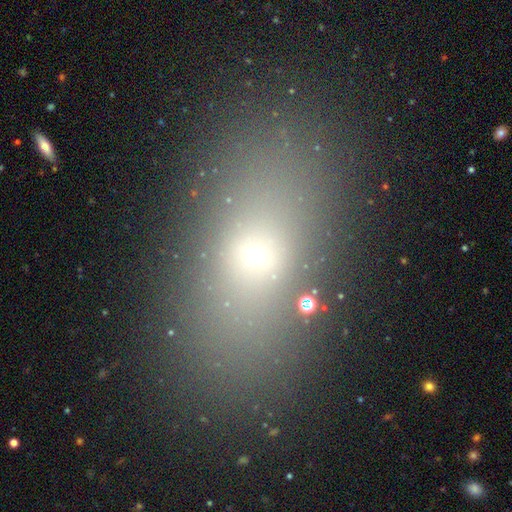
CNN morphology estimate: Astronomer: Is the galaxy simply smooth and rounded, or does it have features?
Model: smooth — 56%.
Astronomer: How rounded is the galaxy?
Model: in between — 83%.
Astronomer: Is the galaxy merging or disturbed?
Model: none — 77%.